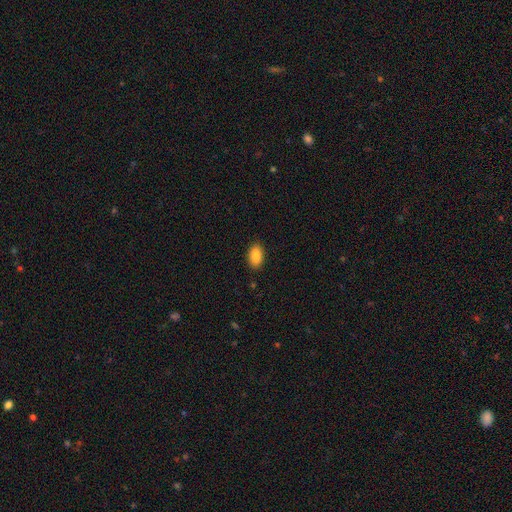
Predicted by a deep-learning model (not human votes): Smooth or featured: smooth — 88% (star or artifact — 7%)
How rounded: in between — 93% (round — 5%)
Merging: none — 89% (minor disturbance — 8%)